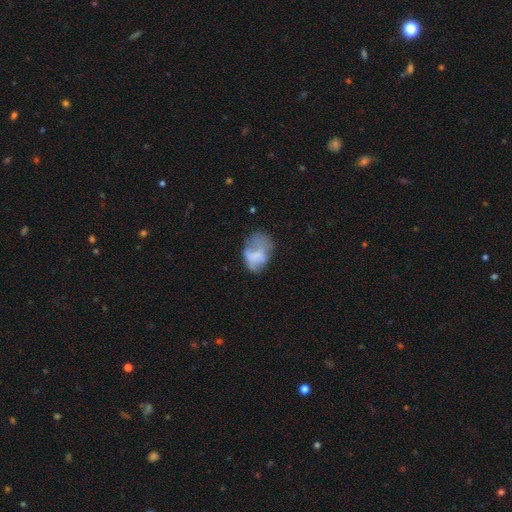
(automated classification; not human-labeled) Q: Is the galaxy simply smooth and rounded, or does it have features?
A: smooth — 57%.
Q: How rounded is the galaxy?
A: in between — 78%.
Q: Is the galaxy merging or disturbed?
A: none — 33%.